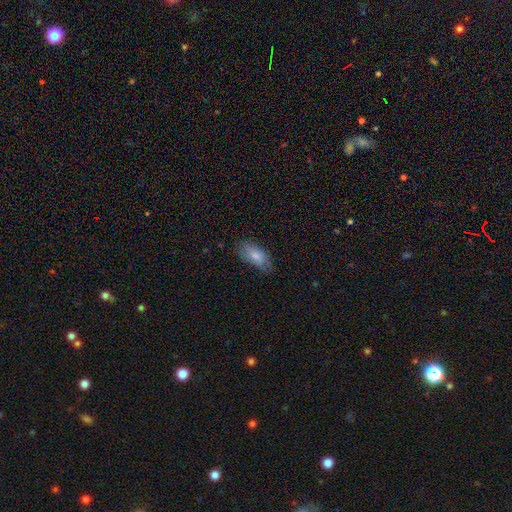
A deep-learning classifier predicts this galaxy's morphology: smooth 79%, featured or disk 15%, star or artifact 6%. Down the decision tree: how rounded — in between (90%); merging — none (73%).